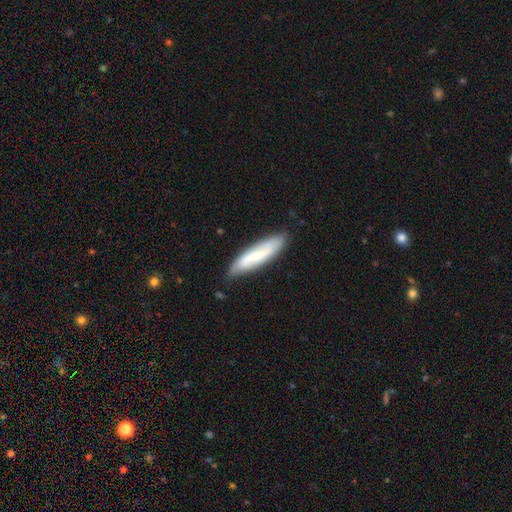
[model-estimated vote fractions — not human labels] Overall: smooth (52%; featured or disk 42%). How rounded: cigar-shaped (75%). Merging: none (77%).